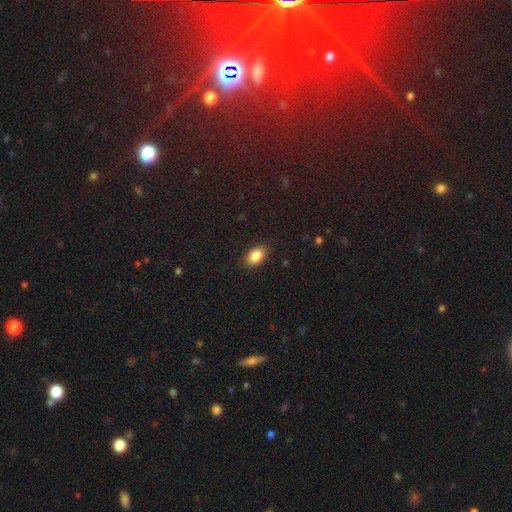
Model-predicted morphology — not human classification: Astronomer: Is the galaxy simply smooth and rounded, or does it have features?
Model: smooth — 87%.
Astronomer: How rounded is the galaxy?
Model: in between — 88%.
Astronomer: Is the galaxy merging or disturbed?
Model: none — 88%.